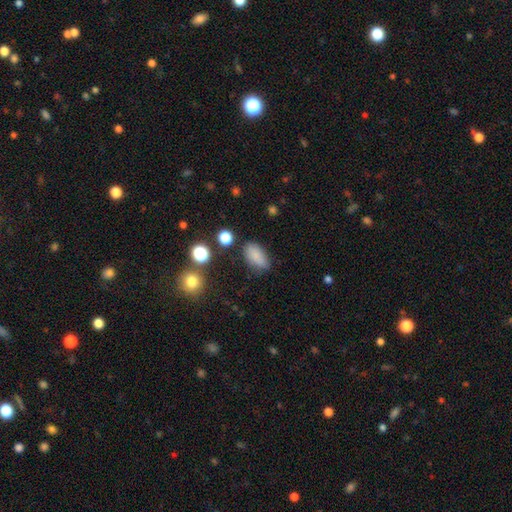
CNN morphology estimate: A smooth galaxy with no disk features (83%) that is in between round and cigar-shaped (89%).

Vote fractions:
- Smooth or featured? smooth: 83% / star or artifact: 11% / featured or disk: 7%
- How rounded? in between: 89% / round: 7% / cigar-shaped: 4%
- Merging? none: 74% / minor disturbance: 18% / major disturbance: 5% / merger: 3%